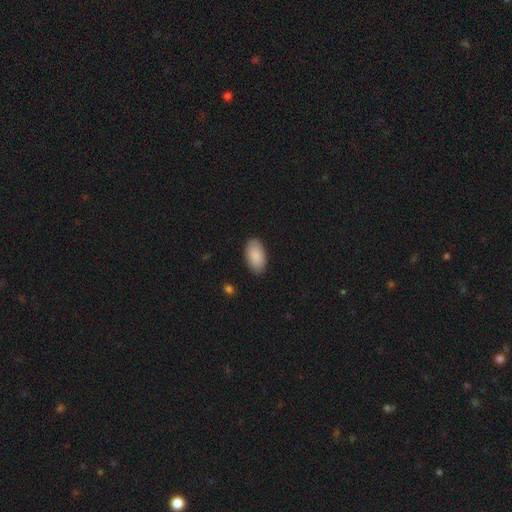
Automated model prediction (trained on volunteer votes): smooth-or-featured: smooth: 89% | star or artifact: 6% | featured or disk: 5%
  how-rounded: in between: 95% | round: 3% | cigar-shaped: 2%
  merging: none: 88% | minor disturbance: 9% | major disturbance: 2% | merger: 1%